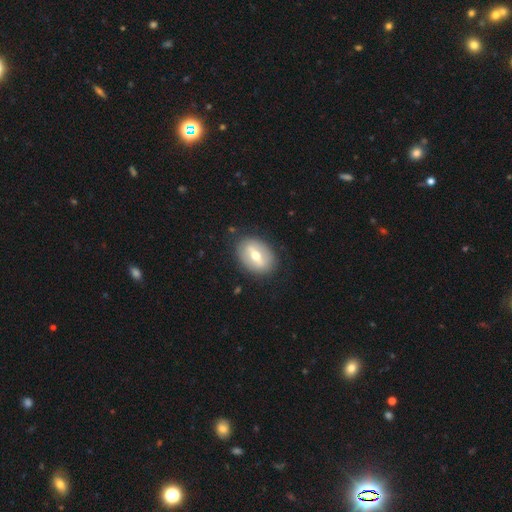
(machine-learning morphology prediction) featured or disk 54%, smooth 40%, star or artifact 6%. Down the decision tree: edge-on disk — no (86%); merging — none (84%).